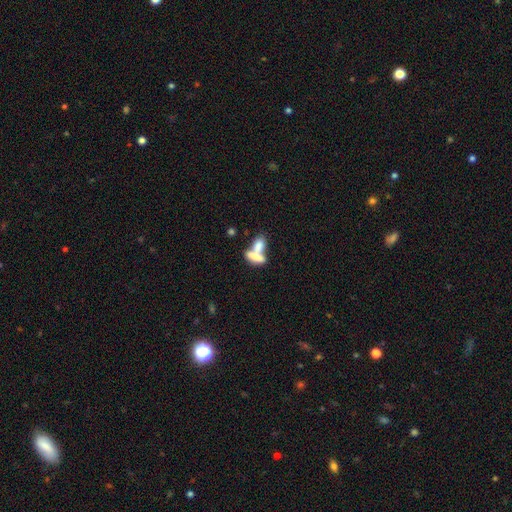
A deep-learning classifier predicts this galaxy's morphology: smooth-or-featured: smooth: 69% | featured or disk: 22% | star or artifact: 8%
  how-rounded: in between: 74% | cigar-shaped: 18% | round: 8%
  merging: merger: 68% | none: 20% | minor disturbance: 7% | major disturbance: 6%